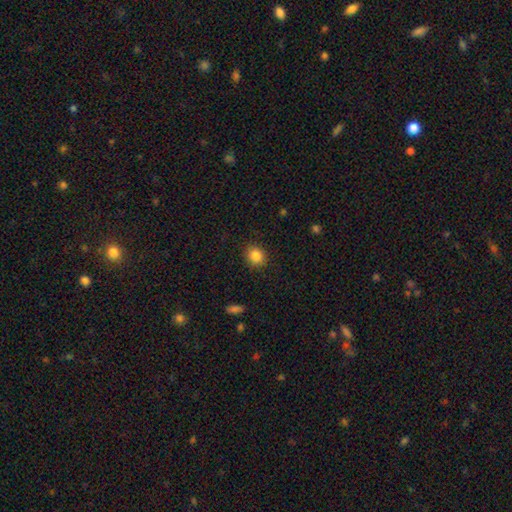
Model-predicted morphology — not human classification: A smooth galaxy with no disk features (85%) that is round (74%). Merging: none (89%).